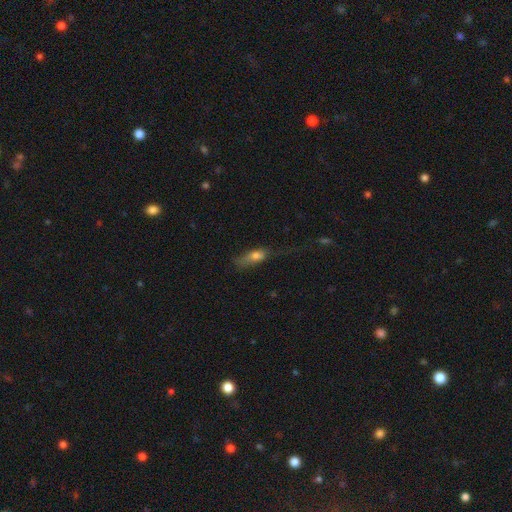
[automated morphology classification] Smooth or featured?
  - smooth: 69% *
  - featured or disk: 21%
  - star or artifact: 10%
How rounded?
  - in between: 61% *
  - cigar-shaped: 34%
  - round: 5%
Merging?
  - major disturbance: 36% *
  - none: 32%
  - minor disturbance: 28%
  - merger: 4%